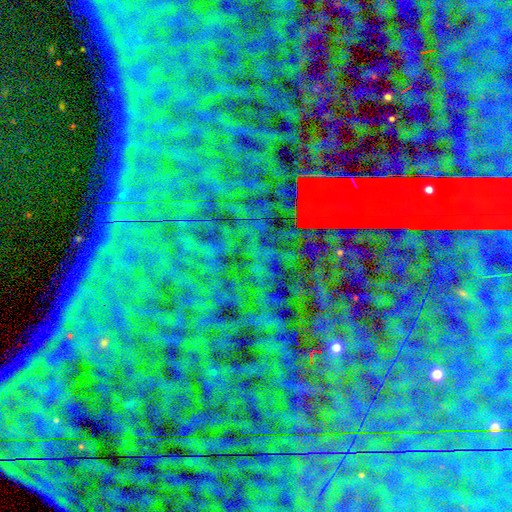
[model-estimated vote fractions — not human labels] Q: Smooth or featured?
A: star or artifact (85%); runner-up: featured or disk (8%)